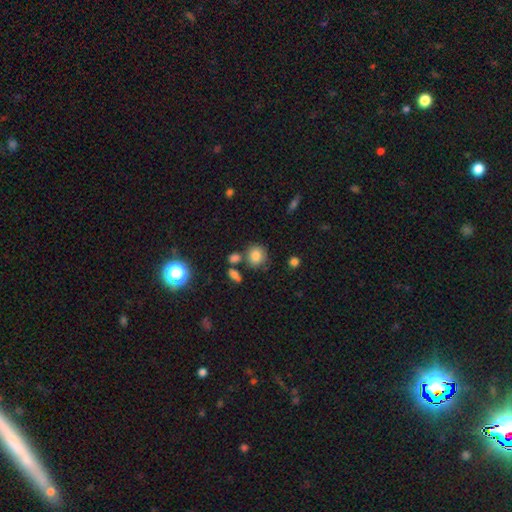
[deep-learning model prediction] smooth-or-featured: smooth: 81% | star or artifact: 11% | featured or disk: 7%
  how-rounded: round: 76% | in between: 23% | cigar-shaped: 1%
  merging: none: 68% | minor disturbance: 14% | merger: 13% | major disturbance: 5%